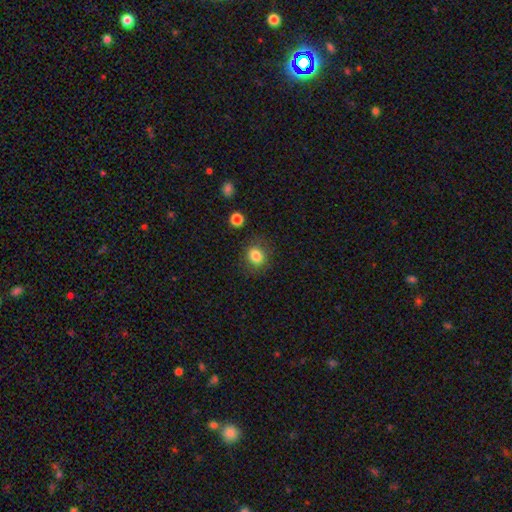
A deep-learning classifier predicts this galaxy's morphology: Smooth or featured? smooth (83%)
How rounded? round (69%)
Merging? none (81%)